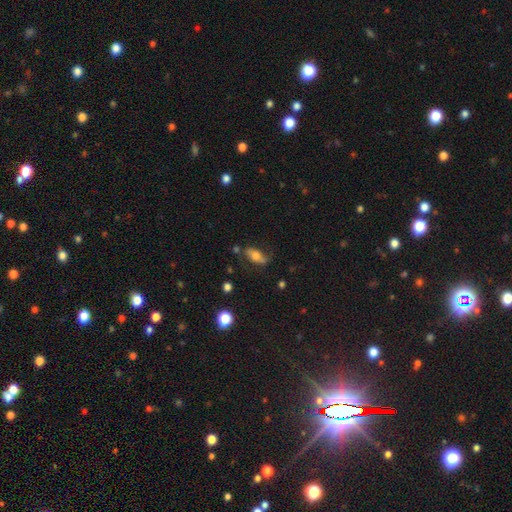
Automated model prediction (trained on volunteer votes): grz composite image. It shows a smooth galaxy with no disk features (56%) that is in between round and cigar-shaped (75%). Merging: none (62%).